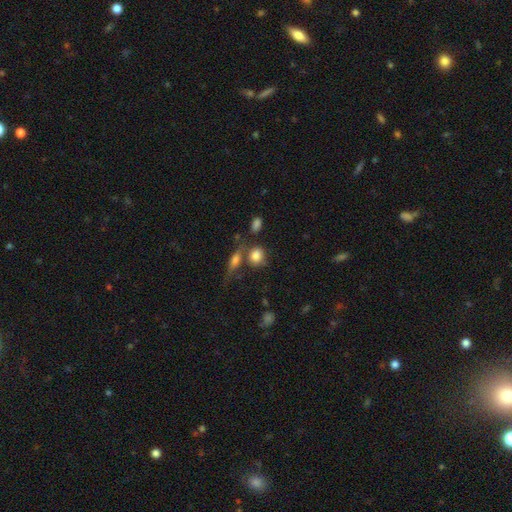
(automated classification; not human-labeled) A smooth galaxy with no disk features (82%) that is round (56%).

Vote fractions:
- Smooth or featured? smooth: 82% / star or artifact: 9% / featured or disk: 9%
- How rounded? round: 56% / in between: 41% / cigar-shaped: 4%
- Merging? none: 56% / merger: 24% / minor disturbance: 15% / major disturbance: 6%